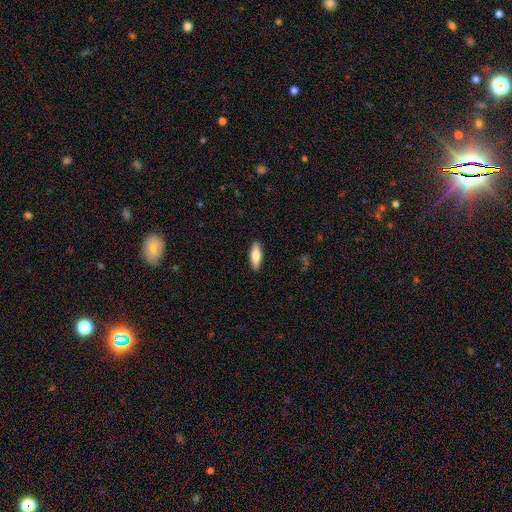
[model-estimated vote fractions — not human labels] Q: Smooth or featured?
A: smooth (75%); runner-up: featured or disk (20%)
Q: How rounded?
A: in between (62%); runner-up: cigar-shaped (36%)
Q: Merging?
A: none (90%); runner-up: minor disturbance (7%)